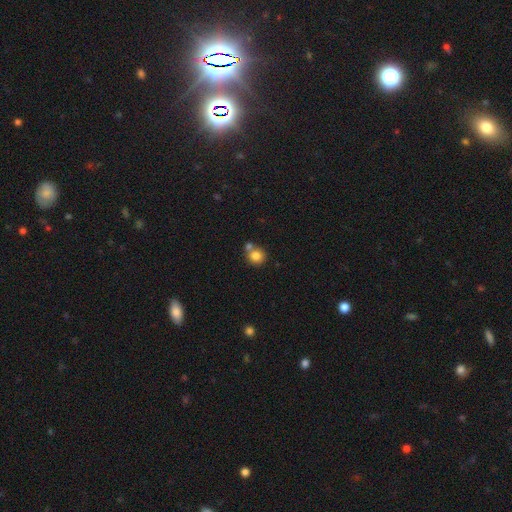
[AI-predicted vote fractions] Smooth or featured? Predicted: smooth (p=0.82). How rounded? Predicted: round (p=0.88). Merging? Predicted: none (p=0.57).